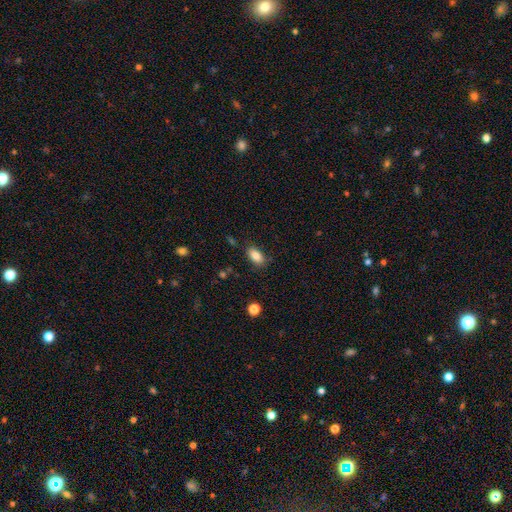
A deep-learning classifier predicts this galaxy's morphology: This appears to be a smooth galaxy with no disk features (84%) that is in between round and cigar-shaped (91%). Merging: none (81%).